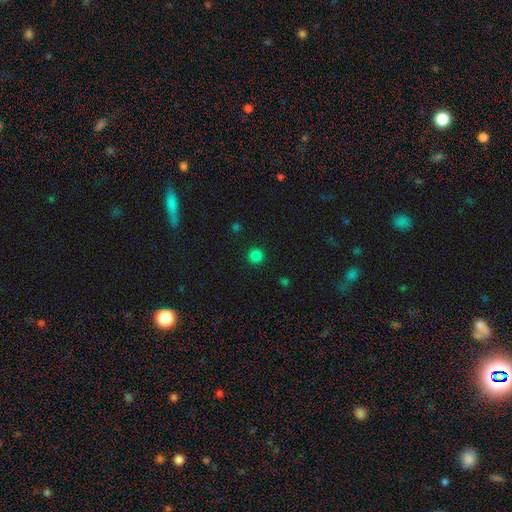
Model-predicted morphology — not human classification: This appears to be a smooth galaxy with no disk features (83%) that is round (95%). Merging: none (92%).